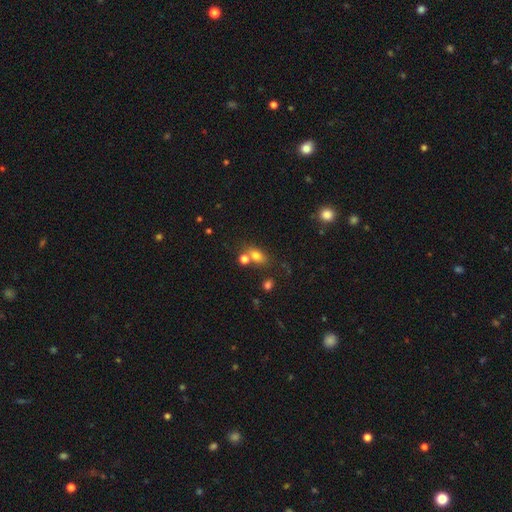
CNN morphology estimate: Smooth or featured: smooth — 74% (star or artifact — 14%)
How rounded: in between — 70% (round — 26%)
Merging: none — 53% (merger — 29%)